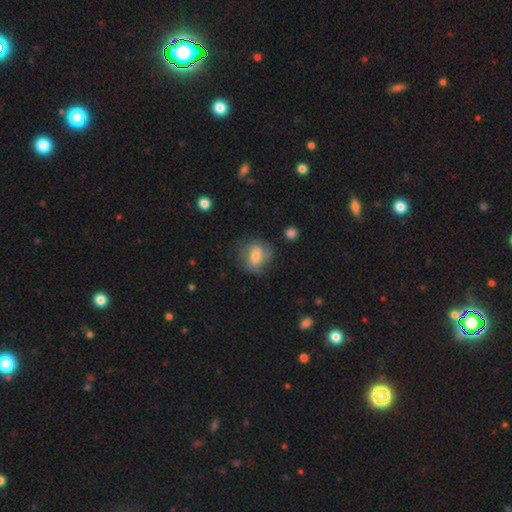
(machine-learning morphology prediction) smooth_or_featured: smooth (p=0.54) [alt: featured or disk p=0.38]
how_rounded: round (p=0.62) [alt: in between p=0.36]
merging: none (p=0.65) [alt: minor disturbance p=0.23]